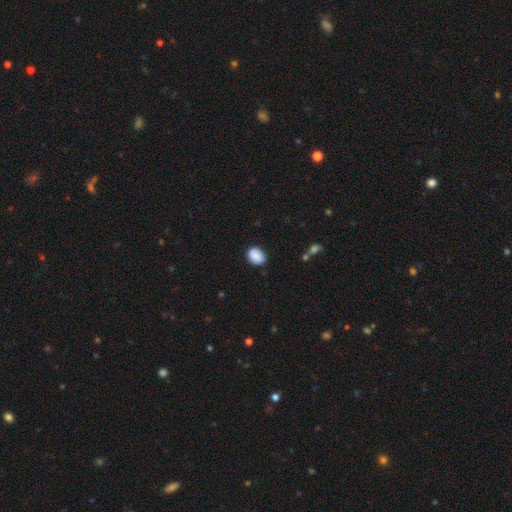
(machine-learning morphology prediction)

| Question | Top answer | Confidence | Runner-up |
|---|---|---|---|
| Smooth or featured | smooth | 88% | star or artifact (7%) |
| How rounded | in between | 57% | round (42%) |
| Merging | none | 83% | minor disturbance (13%) |